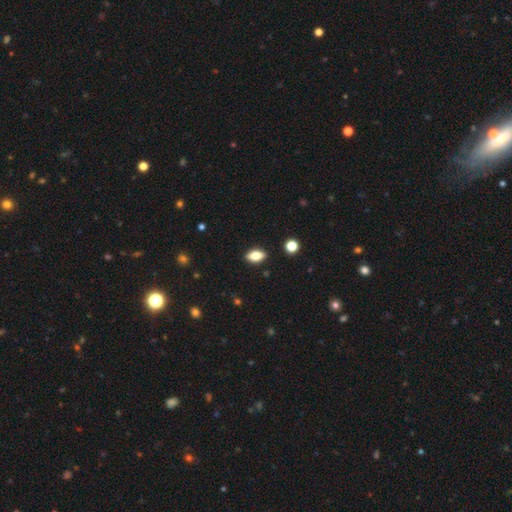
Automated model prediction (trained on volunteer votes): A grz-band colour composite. It shows a smooth galaxy with no disk features (74%) that is in between round and cigar-shaped (87%). Merging: none (88%).